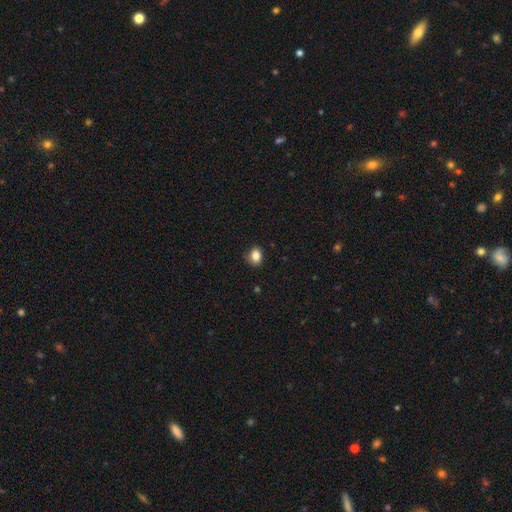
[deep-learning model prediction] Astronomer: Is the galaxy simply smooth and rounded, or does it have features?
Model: smooth — 86%.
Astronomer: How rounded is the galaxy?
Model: in between — 54% (runner-up: round, 45%).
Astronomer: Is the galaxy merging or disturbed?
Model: none — 81%.